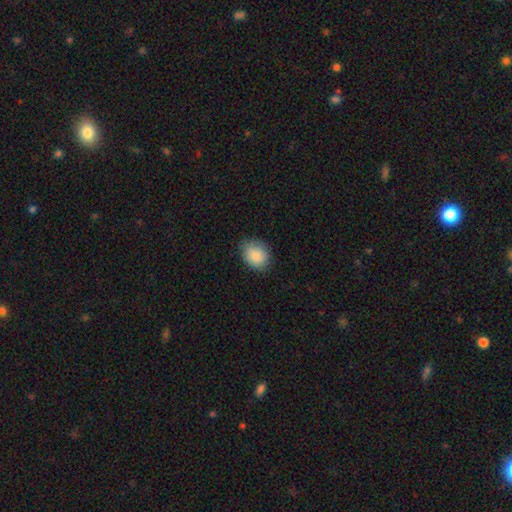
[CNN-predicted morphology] type=smooth (87%); roundness=in between (55%); merging=none (79%).